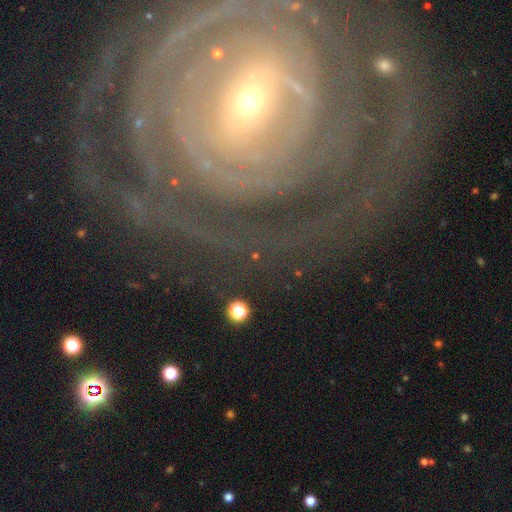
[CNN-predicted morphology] This is marginally a featured or disk galaxy (38%). Merging: likely none (80%).